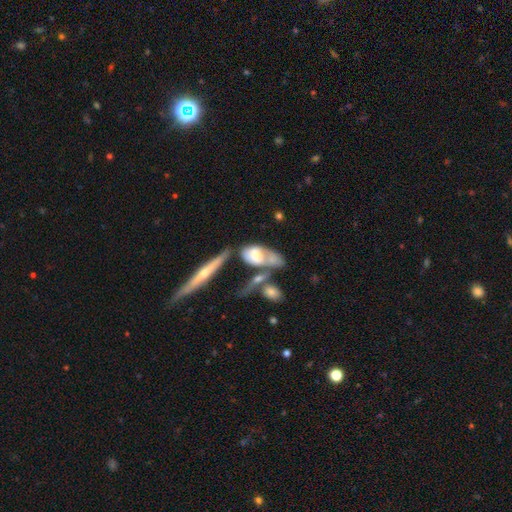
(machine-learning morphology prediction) Q: Smooth or featured?
A: smooth (51%); runner-up: featured or disk (42%)
Q: How rounded?
A: in between (83%); runner-up: cigar-shaped (12%)
Q: Merging?
A: merger (38%); runner-up: none (23%)